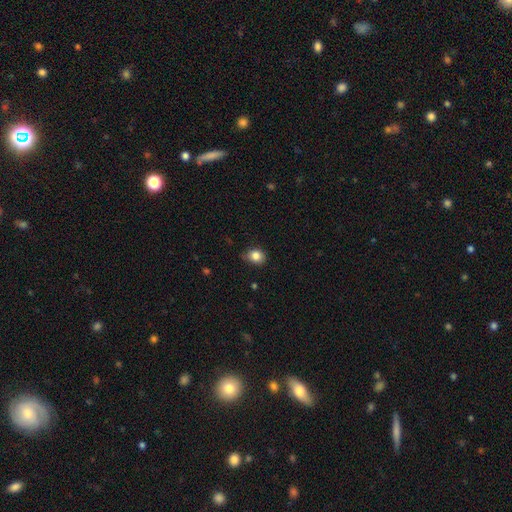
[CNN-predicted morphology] Smooth or featured?
  - smooth: 85% *
  - star or artifact: 10%
  - featured or disk: 6%
How rounded?
  - round: 57% *
  - in between: 42%
  - cigar-shaped: 1%
Merging?
  - none: 73% *
  - minor disturbance: 23%
  - major disturbance: 3%
  - merger: 1%